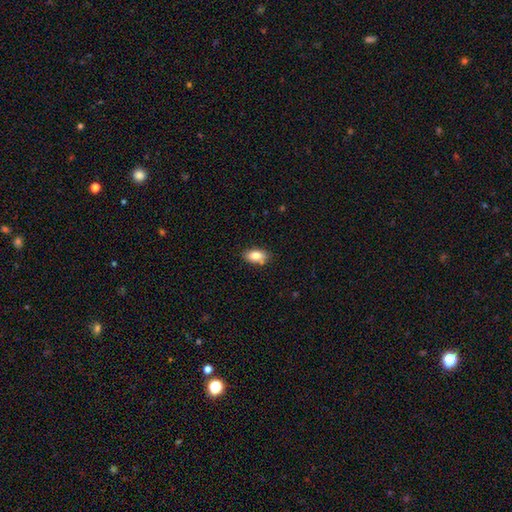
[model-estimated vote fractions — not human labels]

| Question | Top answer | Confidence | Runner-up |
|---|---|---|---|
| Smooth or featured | smooth | 83% | featured or disk (9%) |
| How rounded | in between | 89% | round (8%) |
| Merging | none | 76% | minor disturbance (15%) |